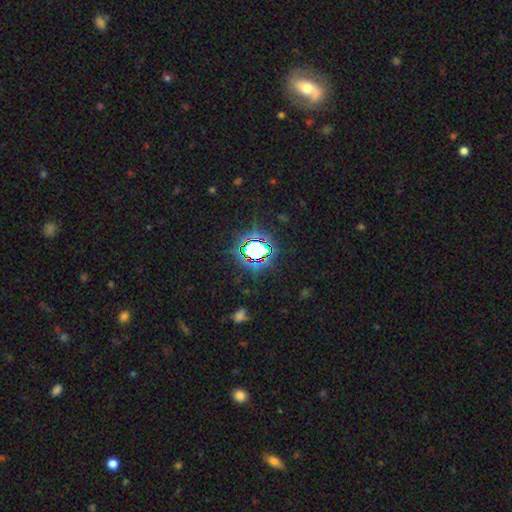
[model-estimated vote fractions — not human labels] star or artifact 80%, smooth 12%, featured or disk 8%.